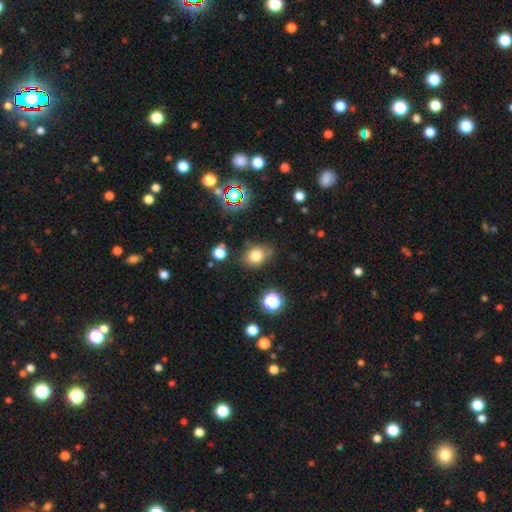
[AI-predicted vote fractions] The model was most divided on "how rounded": in between: 54%, round: 45%, cigar-shaped: 1%. More confident: smooth or featured — smooth (76%); merging — none (69%).